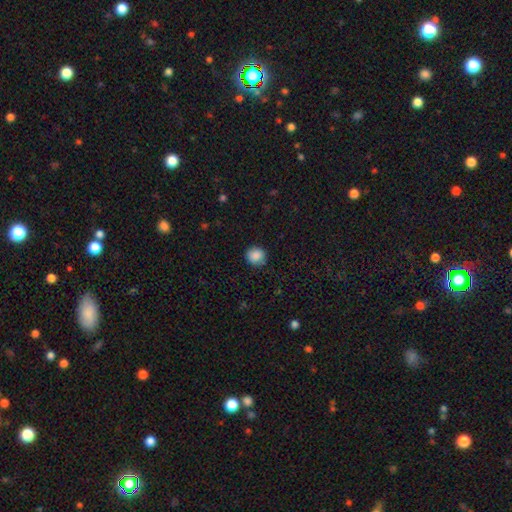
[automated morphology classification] A smooth galaxy with no disk features (88%) that is round (89%). Merging: none (87%).